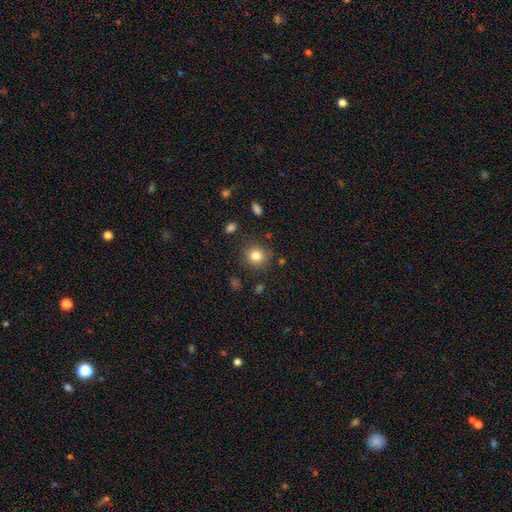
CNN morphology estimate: smooth-or-featured: smooth: 82% | star or artifact: 11% | featured or disk: 7%
  how-rounded: round: 84% | in between: 15% | cigar-shaped: 1%
  merging: none: 85% | minor disturbance: 10% | major disturbance: 3% | merger: 2%